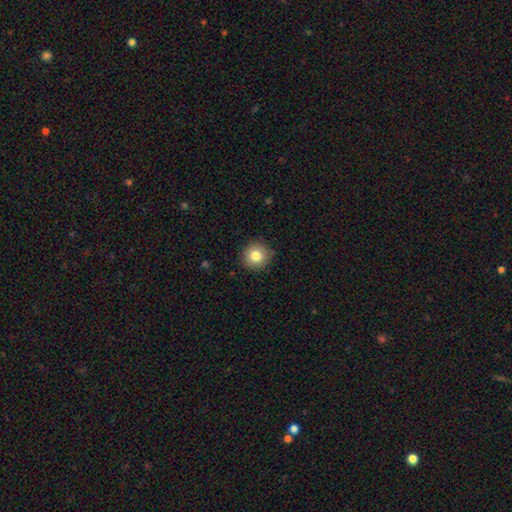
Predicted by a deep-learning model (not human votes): This is clearly a smooth galaxy (81%). How rounded: clearly round (91%). Merging: clearly none (88%).